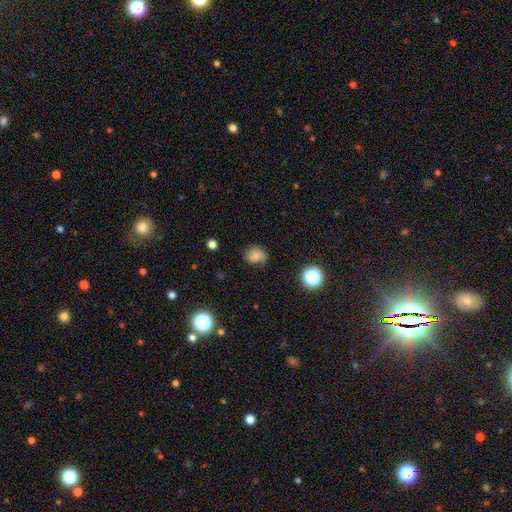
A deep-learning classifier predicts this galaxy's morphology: smooth_or_featured: smooth (p=0.78) [alt: star or artifact p=0.14]
how_rounded: in between (p=0.51) [alt: round p=0.48]
merging: none (p=0.65) [alt: minor disturbance p=0.26]